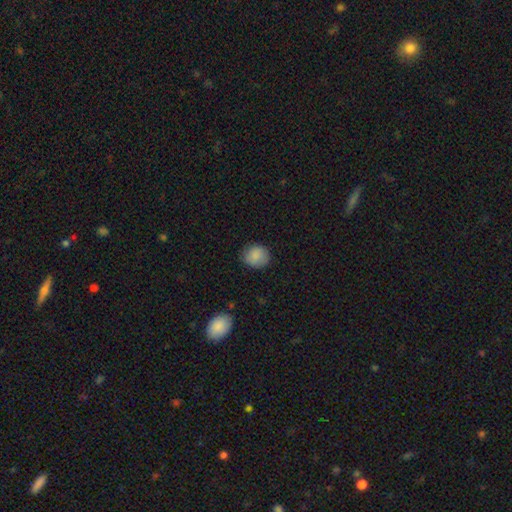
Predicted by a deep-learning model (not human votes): A smooth galaxy with no disk features (86%) that is round (80%). Merging: none (82%).